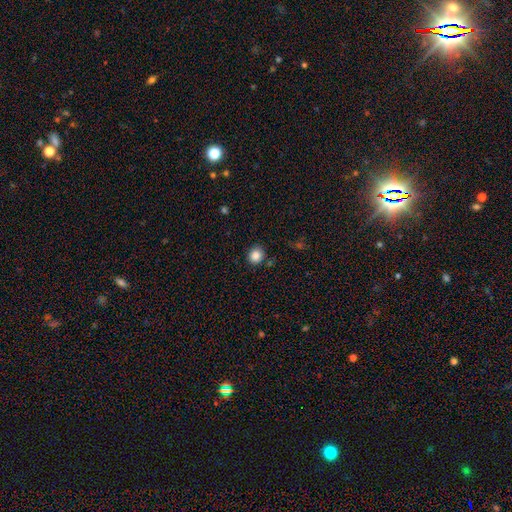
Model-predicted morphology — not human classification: Smooth or featured? Predicted: smooth (p=0.85). How rounded? Predicted: round (p=0.82). Merging? Predicted: none (p=0.84).